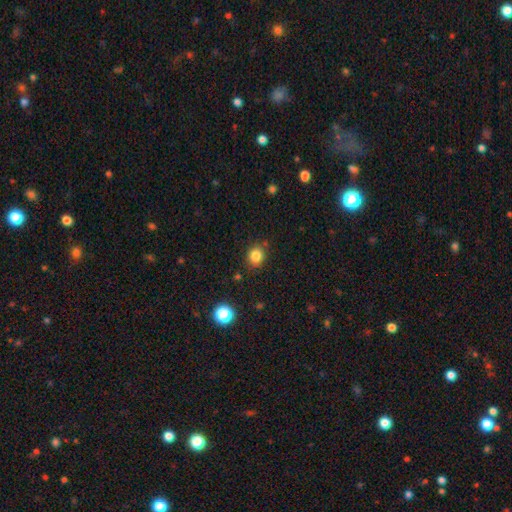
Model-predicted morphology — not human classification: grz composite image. It shows a smooth galaxy with no disk features (83%) that is round (71%). Merging: none (84%).